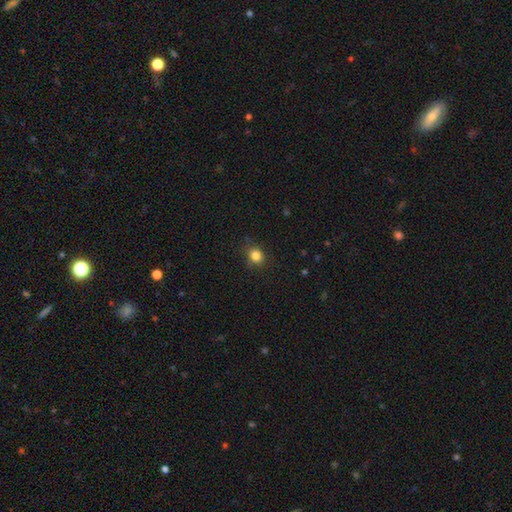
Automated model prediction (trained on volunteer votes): smooth-or-featured: smooth: 83% | star or artifact: 12% | featured or disk: 4%
  how-rounded: round: 73% | in between: 26% | cigar-shaped: 1%
  merging: none: 82% | minor disturbance: 14% | major disturbance: 3% | merger: 1%